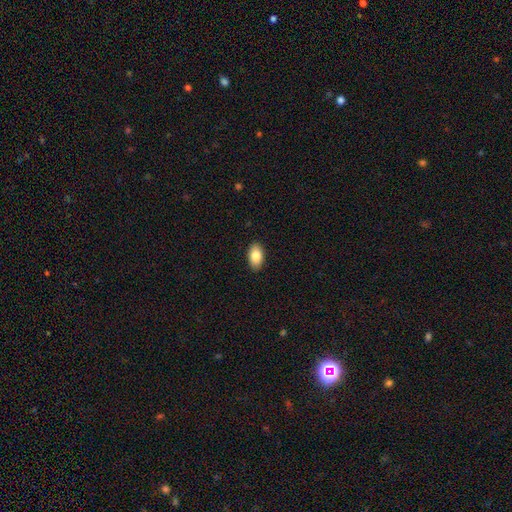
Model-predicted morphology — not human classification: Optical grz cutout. It shows a smooth galaxy with no disk features (84%) that is in between round and cigar-shaped (93%). Merging: none (89%).